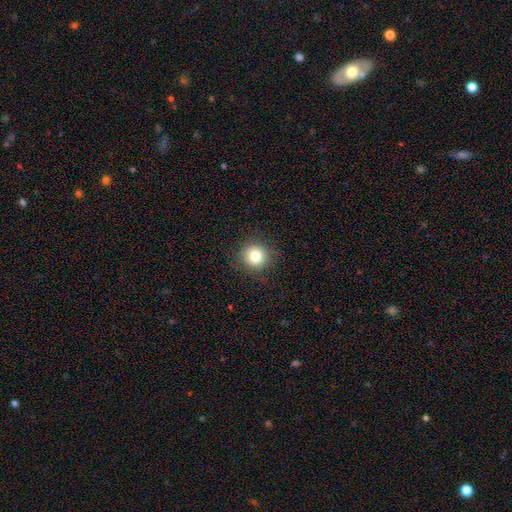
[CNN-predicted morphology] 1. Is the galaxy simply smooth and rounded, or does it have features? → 80% smooth, 11% star or artifact, 8% featured or disk.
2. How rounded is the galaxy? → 93% round, 6% in between, 1% cigar-shaped.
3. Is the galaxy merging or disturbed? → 89% none, 7% minor disturbance, 3% major disturbance, 1% merger.